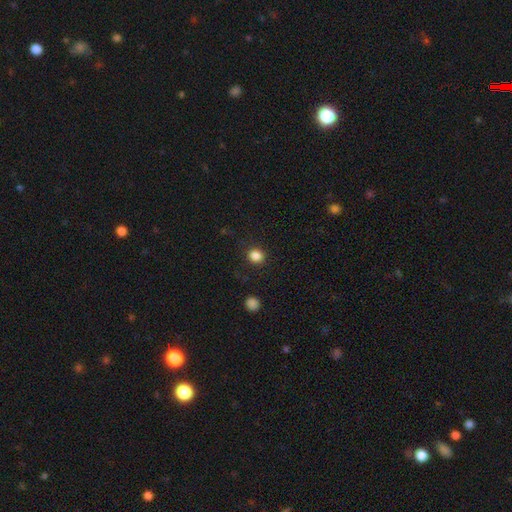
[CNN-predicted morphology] Smooth or featured? Predicted: smooth (p=0.86). How rounded? Predicted: round (p=0.76). Merging? Predicted: none (p=0.88).